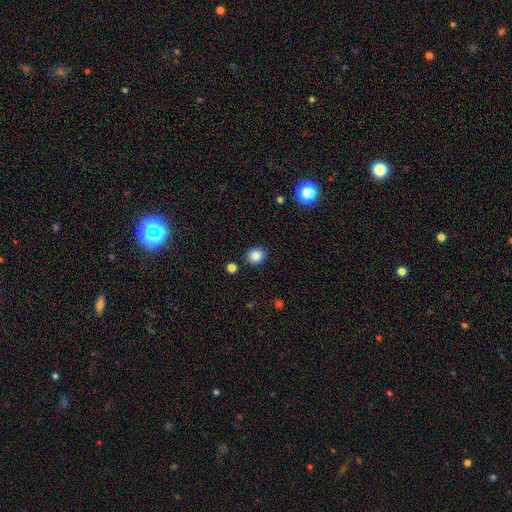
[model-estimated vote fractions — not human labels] Smooth or featured? smooth (85%)
How rounded? round (69%)
Merging? none (87%)